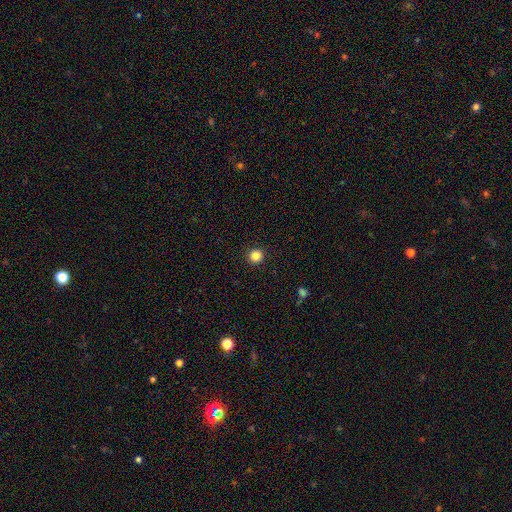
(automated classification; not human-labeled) This appears to be a smooth galaxy with no disk features (84%) that is round (96%). Merging: none (93%).